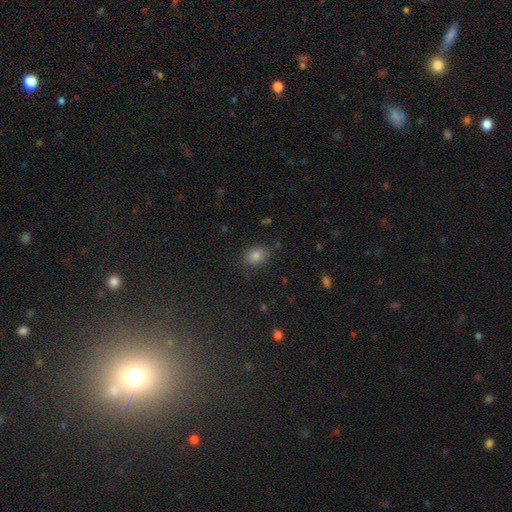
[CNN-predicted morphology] A smooth galaxy with no disk features (79%) that is in between round and cigar-shaped (67%).

Vote fractions:
- Smooth or featured? smooth: 79% / star or artifact: 15% / featured or disk: 6%
- How rounded? in between: 67% / round: 32% / cigar-shaped: 1%
- Merging? none: 82% / minor disturbance: 13% / major disturbance: 3% / merger: 2%